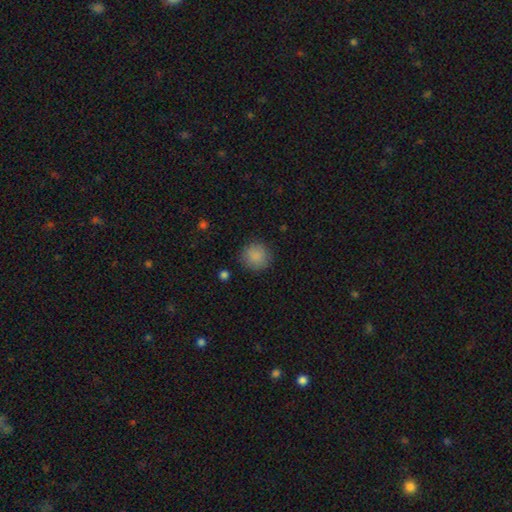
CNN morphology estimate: Smooth or featured?
  - smooth: 87% *
  - star or artifact: 9%
  - featured or disk: 4%
How rounded?
  - round: 92% *
  - in between: 7%
  - cigar-shaped: 1%
Merging?
  - none: 86% *
  - minor disturbance: 10%
  - major disturbance: 3%
  - merger: 1%